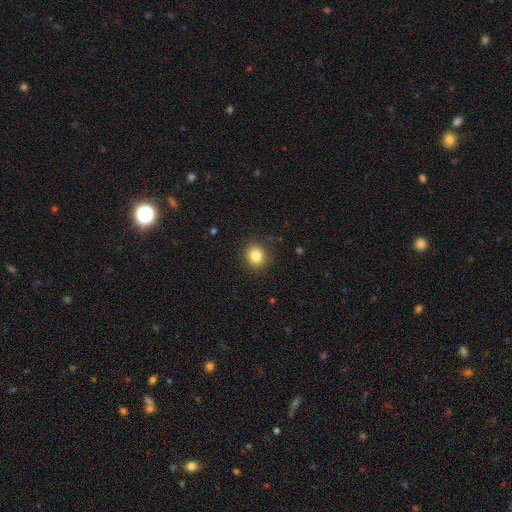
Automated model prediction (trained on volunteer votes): This appears to be a smooth galaxy with no disk features (83%) that is round (76%). Merging: none (89%).